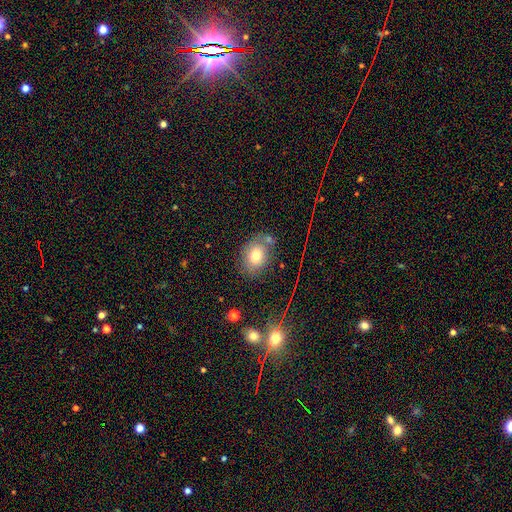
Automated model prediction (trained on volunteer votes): Smooth or featured: smooth — 73% (featured or disk — 14%)
How rounded: in between — 57% (round — 42%)
Merging: none — 67% (minor disturbance — 16%)